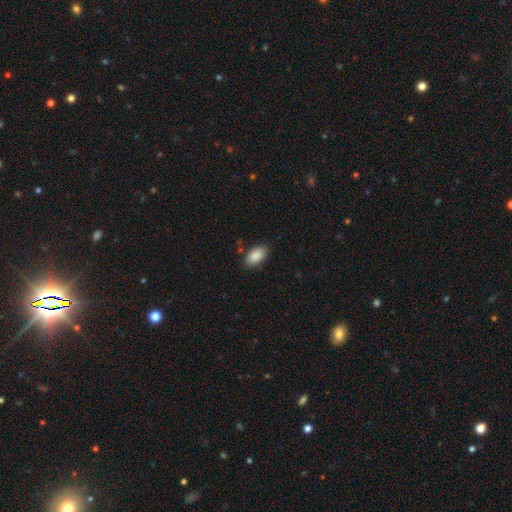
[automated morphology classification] Smooth or featured? Predicted: smooth (p=0.89). How rounded? Predicted: in between (p=0.94). Merging? Predicted: none (p=0.84).